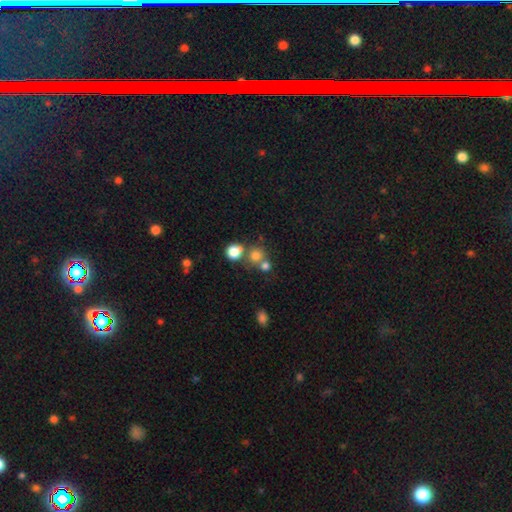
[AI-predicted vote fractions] A smooth galaxy with no disk features (73%) that is round (87%).

Vote fractions:
- Smooth or featured? smooth: 73% / star or artifact: 17% / featured or disk: 10%
- How rounded? round: 87% / in between: 12% / cigar-shaped: 1%
- Merging? none: 55% / merger: 33% / minor disturbance: 8% / major disturbance: 4%